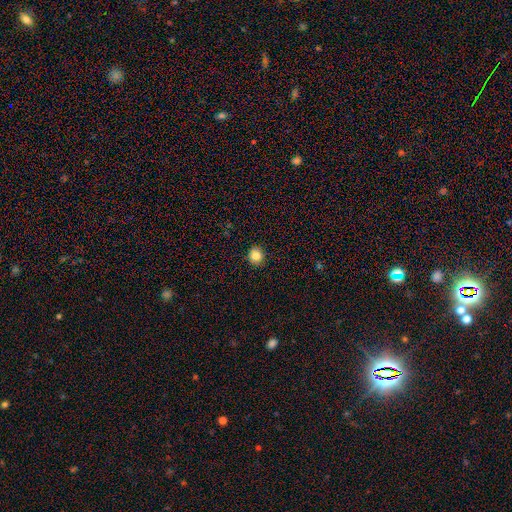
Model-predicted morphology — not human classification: A smooth galaxy with no disk features (84%) that is round (84%).

Vote fractions:
- Smooth or featured? smooth: 84% / star or artifact: 11% / featured or disk: 6%
- How rounded? round: 84% / in between: 15% / cigar-shaped: 1%
- Merging? none: 89% / minor disturbance: 8% / major disturbance: 2% / merger: 1%